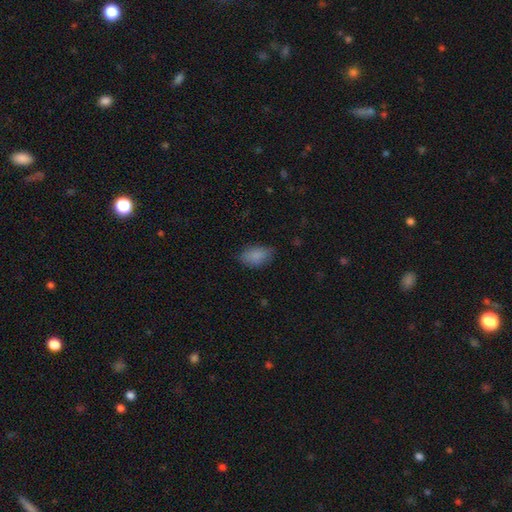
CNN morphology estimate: This appears to be a smooth galaxy with no disk features (86%) that is in between round and cigar-shaped (91%). Merging: none (75%).